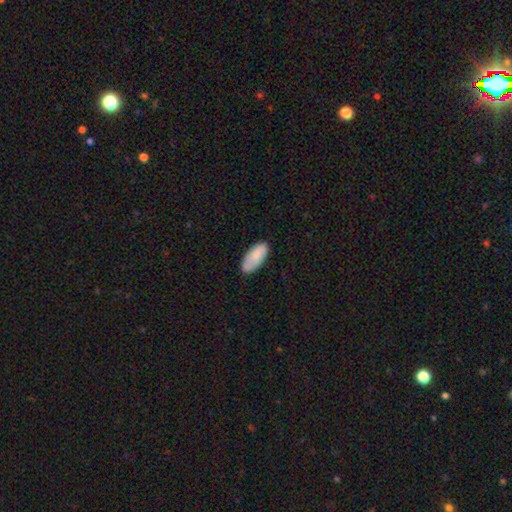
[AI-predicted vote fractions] This is likely a smooth galaxy (77%). How rounded: clearly in between (88%). Merging: likely none (77%).